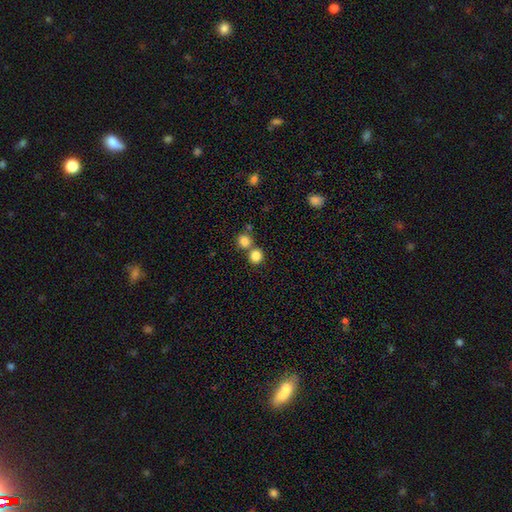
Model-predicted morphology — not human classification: type=smooth (83%); roundness=round (91%); merging=none (61%).